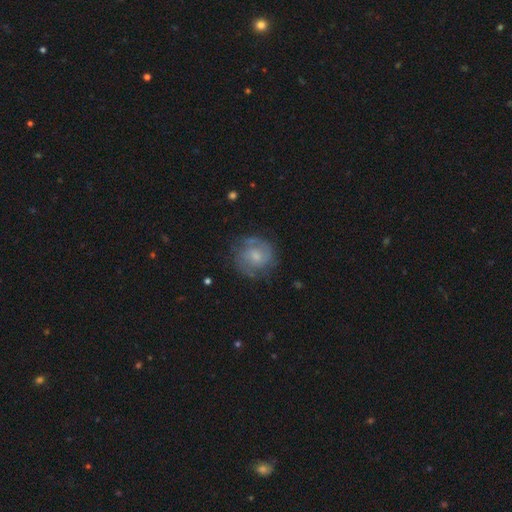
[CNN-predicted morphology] A featured or disk galaxy (67%) with no bar (54%), 2 (69%) tight (43%, tied with medium) spiral arms (89%) and a small central bulge (46%). Merging: none (73%).